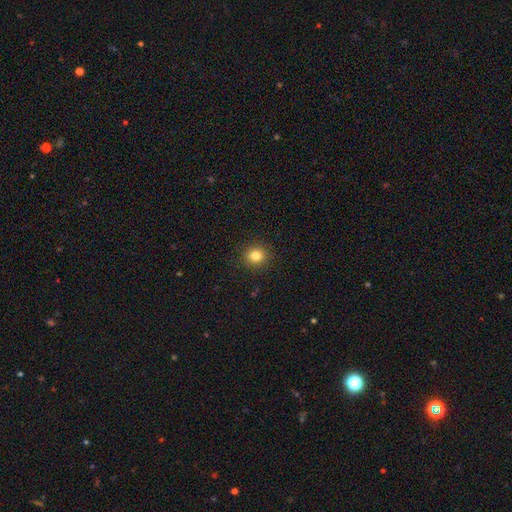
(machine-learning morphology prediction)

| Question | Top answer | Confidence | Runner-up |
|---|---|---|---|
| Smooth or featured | smooth | 82% | star or artifact (12%) |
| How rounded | round | 88% | in between (11%) |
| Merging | none | 91% | minor disturbance (6%) |